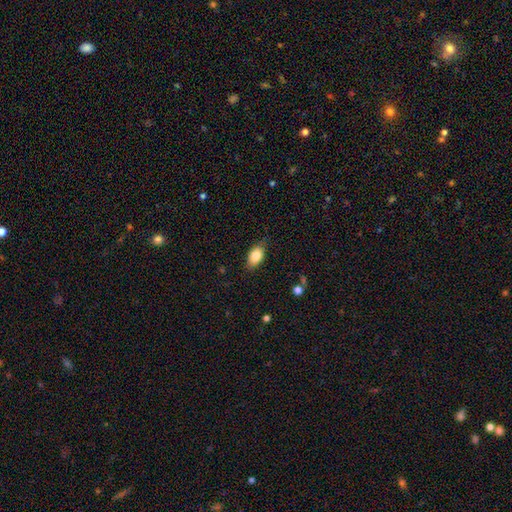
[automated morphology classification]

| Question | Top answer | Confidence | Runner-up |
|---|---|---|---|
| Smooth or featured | smooth | 84% | featured or disk (9%) |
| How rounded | in between | 91% | round (6%) |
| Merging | none | 78% | minor disturbance (17%) |